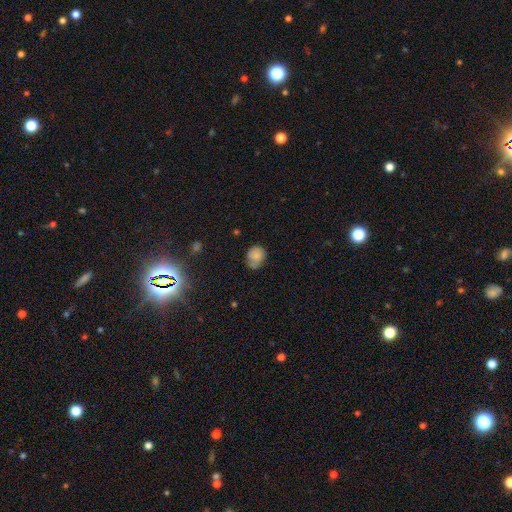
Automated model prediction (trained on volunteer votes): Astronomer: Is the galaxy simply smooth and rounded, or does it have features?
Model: smooth — 81%.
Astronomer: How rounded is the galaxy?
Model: round — 51% (runner-up: in between, 48%).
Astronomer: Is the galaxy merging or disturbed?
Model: none — 60%.